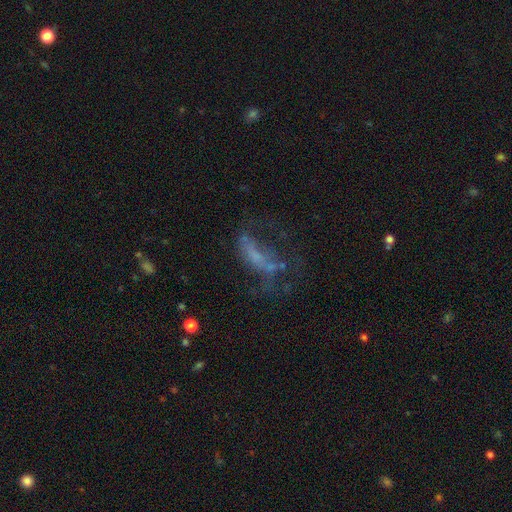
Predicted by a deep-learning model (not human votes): Smooth or featured?
  - featured or disk: 48% *
  - smooth: 32%
  - star or artifact: 20%
Merging?
  - major disturbance: 41% *
  - none: 33%
  - minor disturbance: 18%
  - merger: 8%